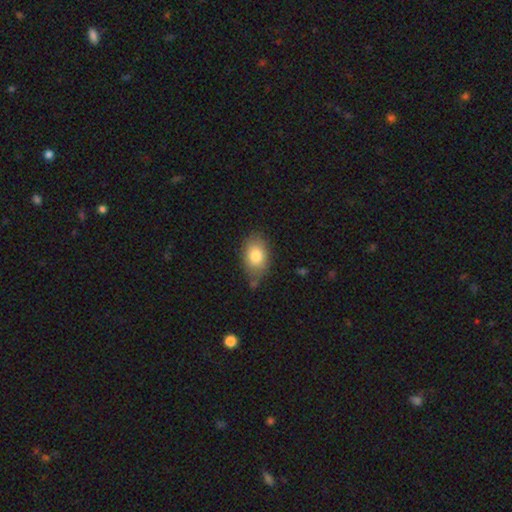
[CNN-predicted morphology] The model was most divided on "merging": none: 73%, minor disturbance: 19%, major disturbance: 4%, merger: 4%. More confident: how rounded — in between (84%); smooth or featured — smooth (81%).